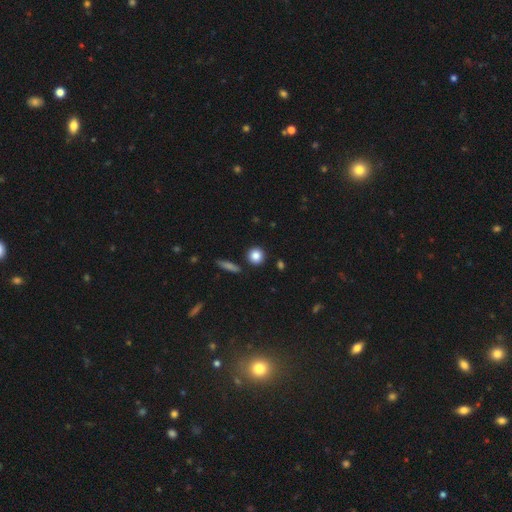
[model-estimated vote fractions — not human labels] This is clearly a smooth galaxy (85%). How rounded: clearly round (90%). Merging: clearly none (88%).